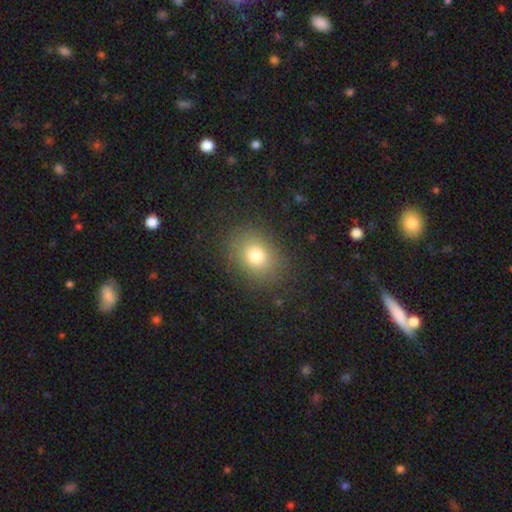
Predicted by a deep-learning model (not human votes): Q: Smooth or featured?
A: smooth (76%); runner-up: star or artifact (14%)
Q: How rounded?
A: in between (54%); runner-up: round (45%)
Q: Merging?
A: none (84%); runner-up: minor disturbance (10%)